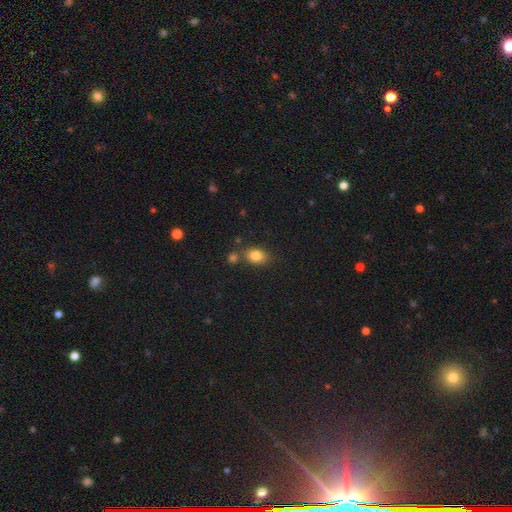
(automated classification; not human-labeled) Smooth or featured? Predicted: smooth (p=0.82). How rounded? Predicted: in between (p=0.71). Merging? Predicted: none (p=0.69).